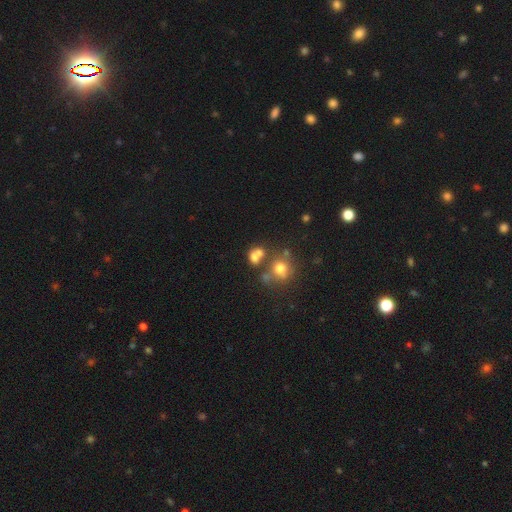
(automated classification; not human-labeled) Smooth or featured? Predicted: smooth (p=0.64). How rounded? Predicted: round (p=0.63). Merging? Predicted: merger (p=0.45).